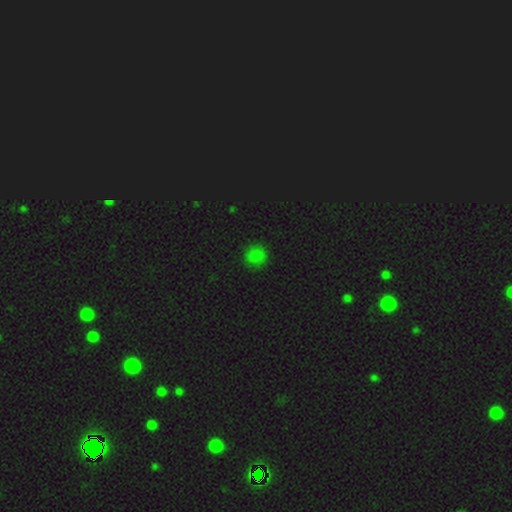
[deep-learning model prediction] Q: Smooth or featured?
A: smooth (75%); runner-up: star or artifact (21%)
Q: How rounded?
A: round (89%); runner-up: in between (10%)
Q: Merging?
A: none (89%); runner-up: minor disturbance (8%)